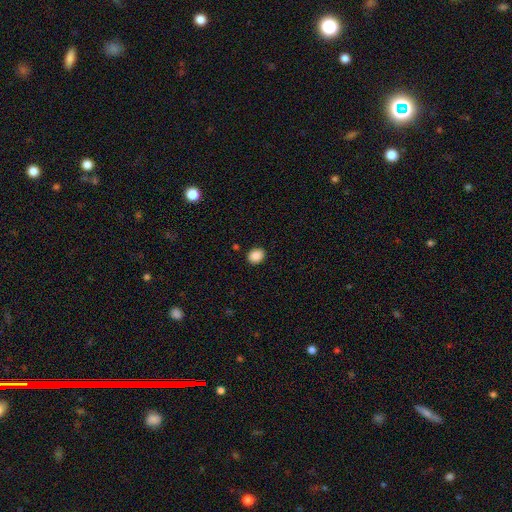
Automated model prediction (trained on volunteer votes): Smooth or featured? smooth (88%)
How rounded? round (63%)
Merging? none (90%)